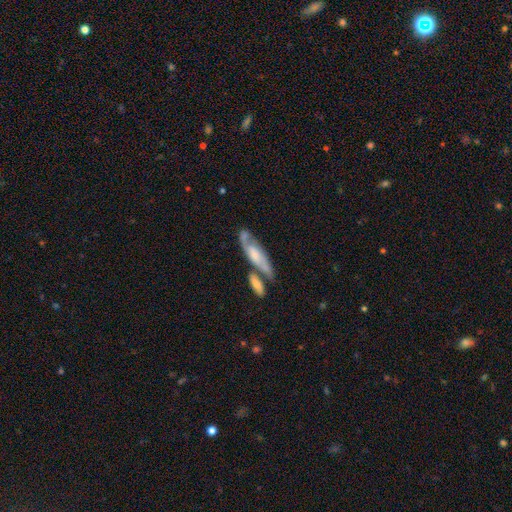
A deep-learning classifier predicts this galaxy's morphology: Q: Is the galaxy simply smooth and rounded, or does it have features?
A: featured or disk — 59%.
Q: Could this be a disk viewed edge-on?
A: no — 65%.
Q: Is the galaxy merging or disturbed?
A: none — 43%.